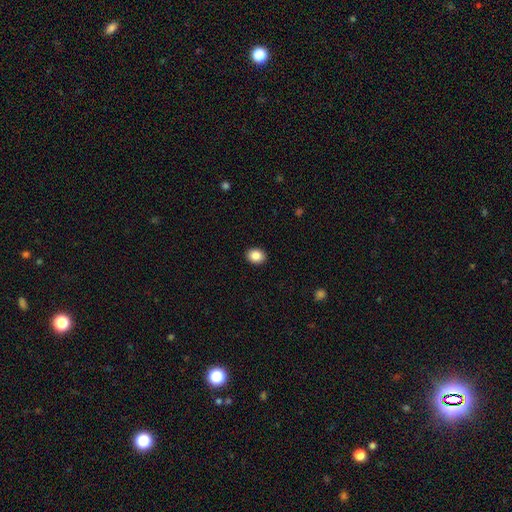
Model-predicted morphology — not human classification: This appears to be a smooth galaxy with no disk features (86%) that is in between round and cigar-shaped (54%). Merging: none (91%).